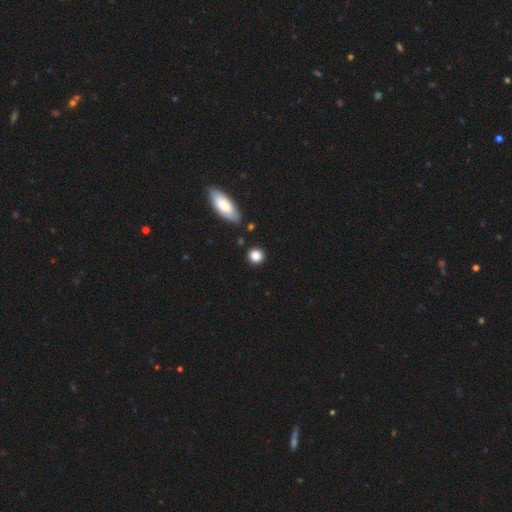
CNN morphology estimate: smooth-or-featured: smooth: 85% | star or artifact: 10% | featured or disk: 5%
  how-rounded: round: 87% | in between: 11% | cigar-shaped: 2%
  merging: none: 84% | minor disturbance: 9% | merger: 4% | major disturbance: 3%